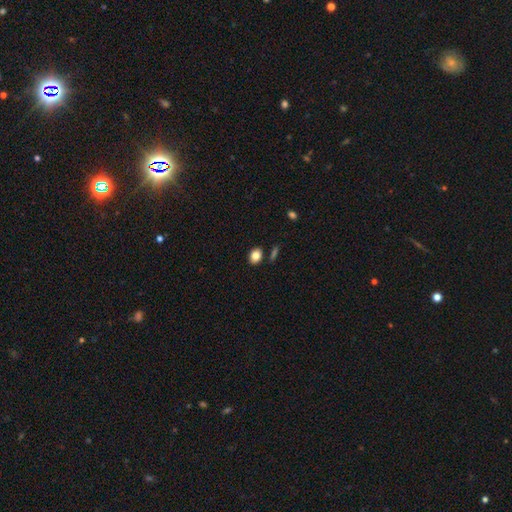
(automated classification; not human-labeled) smooth 83%, star or artifact 10%, featured or disk 7%. Down the decision tree: how rounded — in between (66%); merging — none (84%).